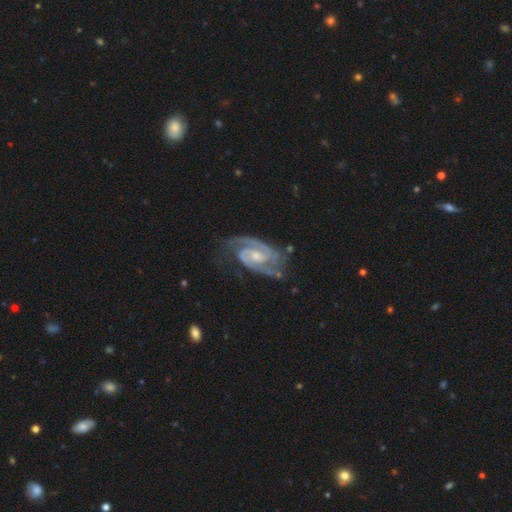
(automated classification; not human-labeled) Morphology: type=featured or disk (93%); edge-on=no (98%); bar=weak (46%); spiral arms=yes (99%); winding=tight (49%); arm count=2 (87%); bulge=small (52%); merging=none (70%).